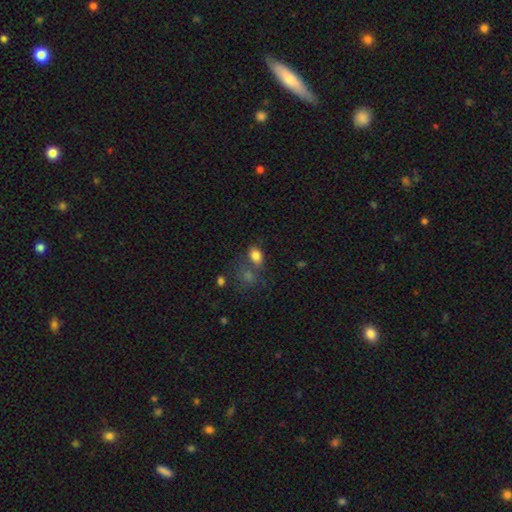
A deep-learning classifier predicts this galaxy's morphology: This is clearly a smooth galaxy (82%). How rounded: likely in between (78%). Merging: possibly none (53%).